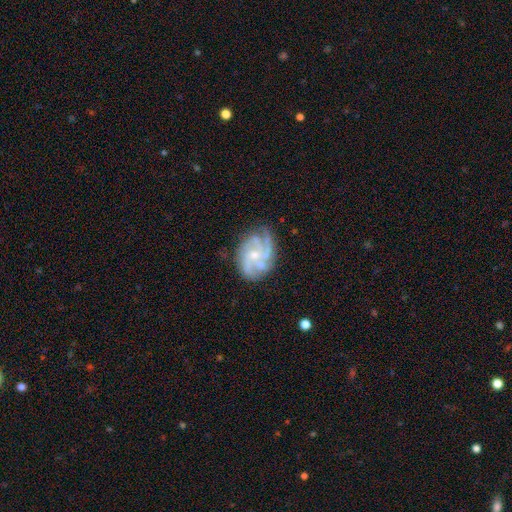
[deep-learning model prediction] Morphology: type=featured or disk (86%); edge-on=no (98%); bar=no (69%); spiral arms=yes (96%); winding=tight (45%); arm count=3 (34%); bulge=small (64%); merging=none (70%).